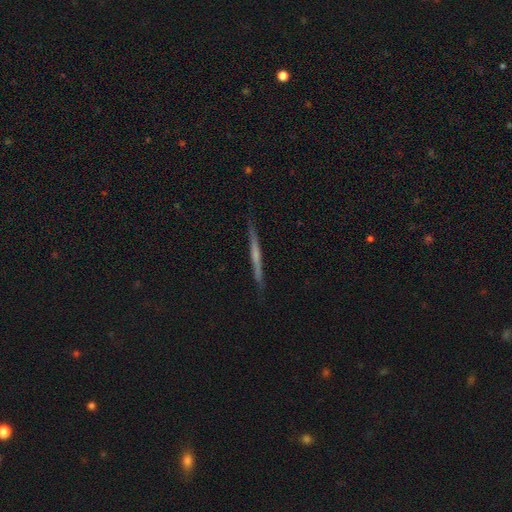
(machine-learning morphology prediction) type=featured or disk (62%); edge-on=yes (98%); edge-on bulge=none (66%); merging=none (90%).